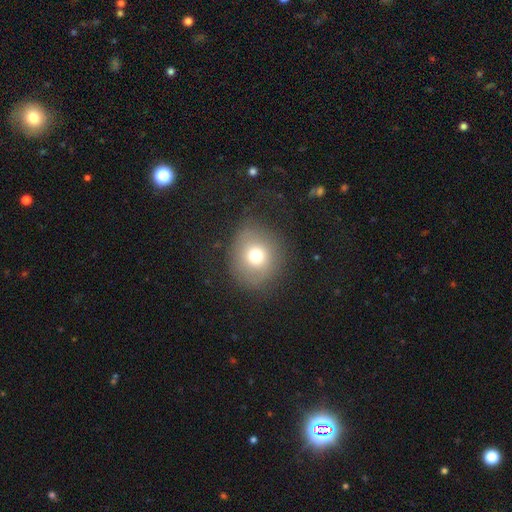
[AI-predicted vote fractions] This is likely a smooth galaxy (71%). How rounded: clearly round (83%). Merging: likely none (78%).